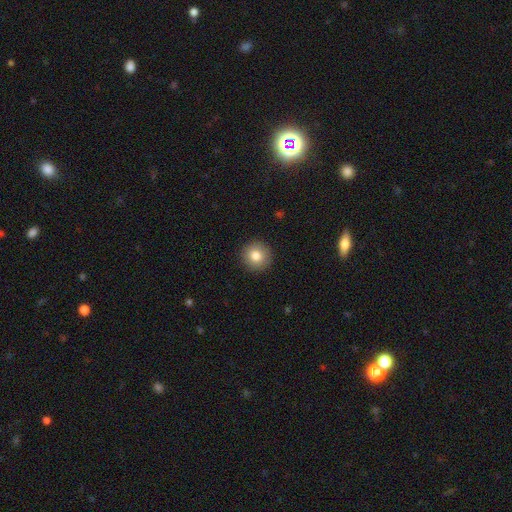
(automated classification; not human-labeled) Overall: smooth (82%). How rounded: round (94%). Merging: none (92%).